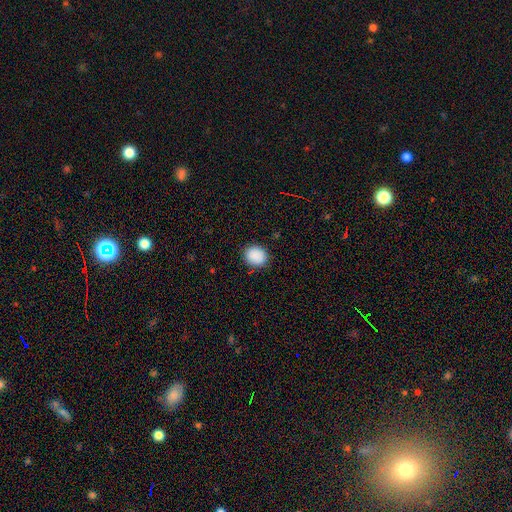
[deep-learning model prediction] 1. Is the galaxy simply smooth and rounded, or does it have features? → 89% smooth, 8% star or artifact, 3% featured or disk.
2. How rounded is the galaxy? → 65% round, 34% in between, 1% cigar-shaped.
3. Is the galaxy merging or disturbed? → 88% none, 9% minor disturbance, 2% major disturbance, 1% merger.